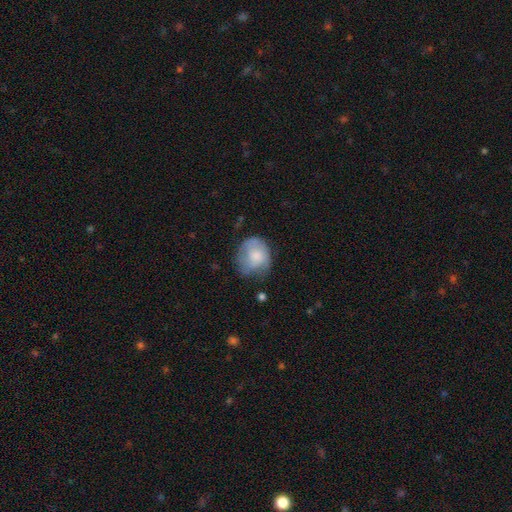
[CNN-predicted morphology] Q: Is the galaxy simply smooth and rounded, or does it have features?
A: smooth — 67%.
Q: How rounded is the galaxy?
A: round — 67%.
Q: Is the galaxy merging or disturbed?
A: none — 47%.